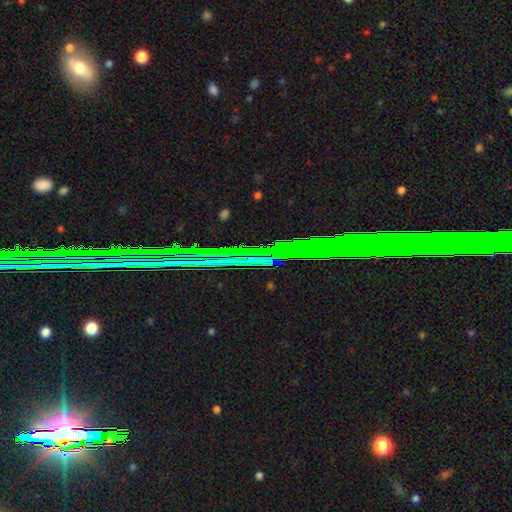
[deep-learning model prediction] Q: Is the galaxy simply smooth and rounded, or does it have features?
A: star or artifact — 79%.